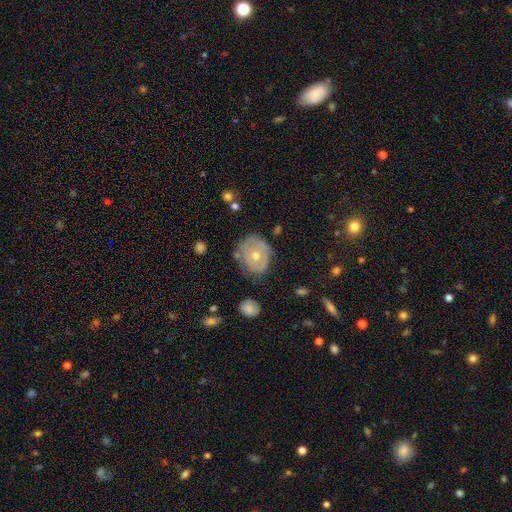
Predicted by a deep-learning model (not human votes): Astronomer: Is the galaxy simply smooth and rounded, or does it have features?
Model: featured or disk — 60%.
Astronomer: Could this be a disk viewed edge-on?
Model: no — 95%.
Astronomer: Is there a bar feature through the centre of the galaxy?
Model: no — 85%.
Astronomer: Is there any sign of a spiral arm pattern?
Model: yes — 54% (runner-up: no, 46%).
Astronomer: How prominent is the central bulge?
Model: moderate — 53% (runner-up: small, 44%).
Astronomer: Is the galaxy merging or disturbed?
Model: none — 68%.